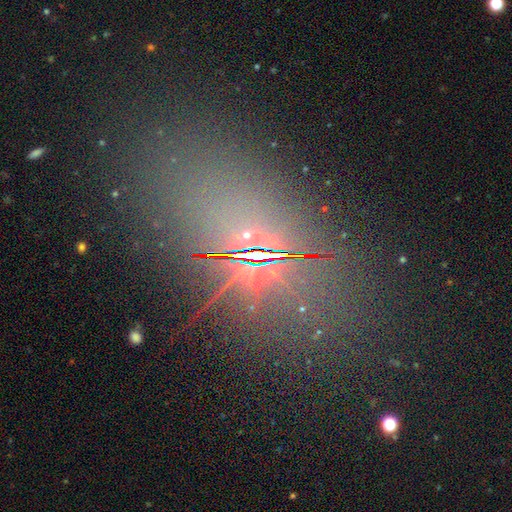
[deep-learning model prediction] smooth-or-featured: star or artifact: 79% | featured or disk: 11% | smooth: 10%